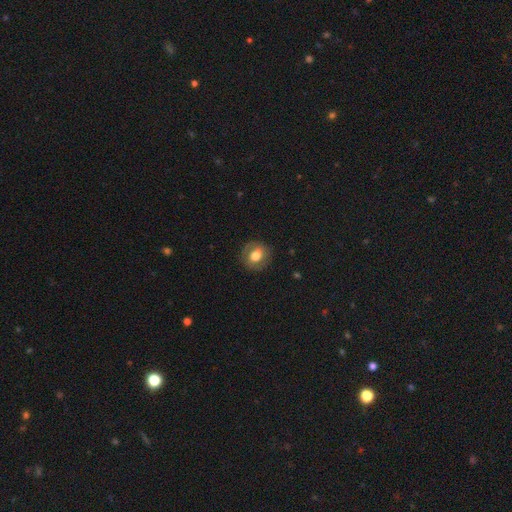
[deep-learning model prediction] Smooth or featured: smooth — 60% (featured or disk — 32%)
How rounded: round — 76% (in between — 23%)
Merging: none — 83% (minor disturbance — 12%)